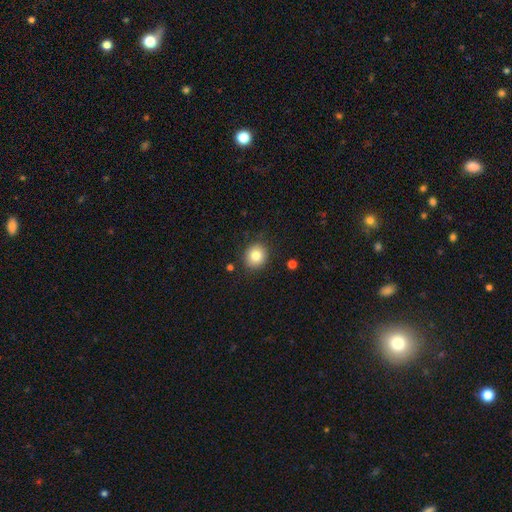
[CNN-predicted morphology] smooth 81%, star or artifact 10%, featured or disk 8%. Down the decision tree: how rounded — round (83%); merging — none (87%).